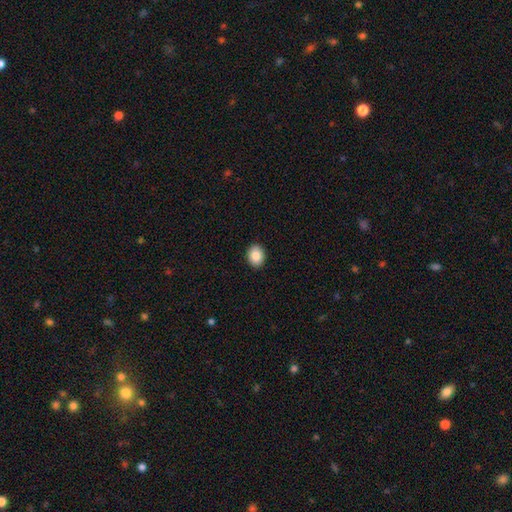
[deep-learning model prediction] Smooth or featured?
  - smooth: 87% *
  - star or artifact: 8%
  - featured or disk: 5%
How rounded?
  - in between: 54% *
  - round: 45%
  - cigar-shaped: 1%
Merging?
  - none: 92% *
  - minor disturbance: 6%
  - major disturbance: 2%
  - merger: 1%